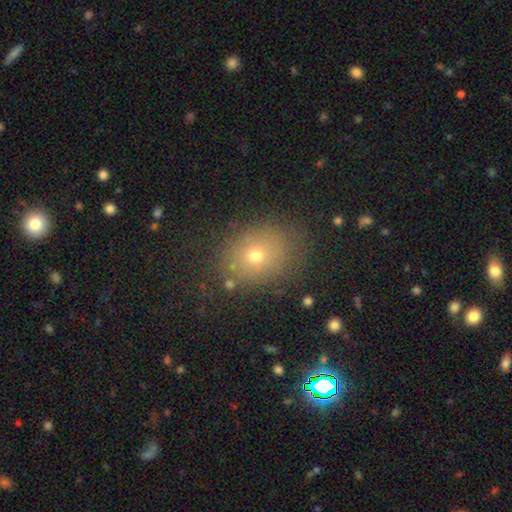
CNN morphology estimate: Smooth or featured?
  - smooth: 66% *
  - star or artifact: 21%
  - featured or disk: 14%
How rounded?
  - round: 54% *
  - in between: 45%
  - cigar-shaped: 1%
Merging?
  - none: 81% *
  - minor disturbance: 12%
  - major disturbance: 5%
  - merger: 2%